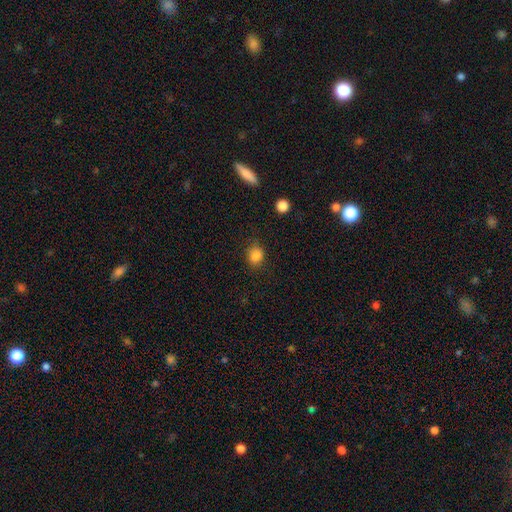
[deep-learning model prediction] smooth-or-featured: smooth: 84% | star or artifact: 11% | featured or disk: 5%
  how-rounded: round: 54% | in between: 45% | cigar-shaped: 1%
  merging: none: 75% | minor disturbance: 18% | major disturbance: 5% | merger: 2%